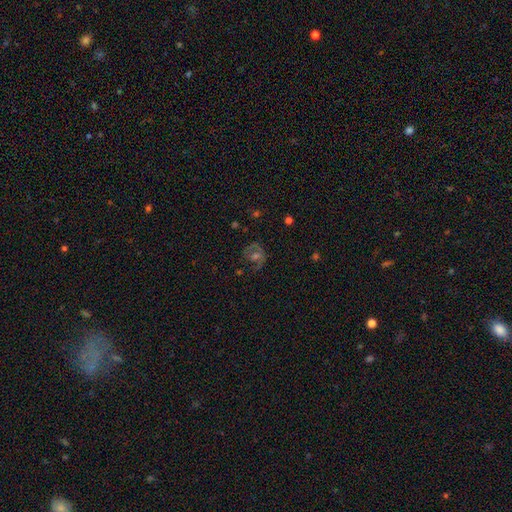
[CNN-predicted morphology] This appears to be a featured or disk galaxy (60%) with no bar (61%), spiral arms (67%) and a moderate central bulge (55%). Merging: none (65%).